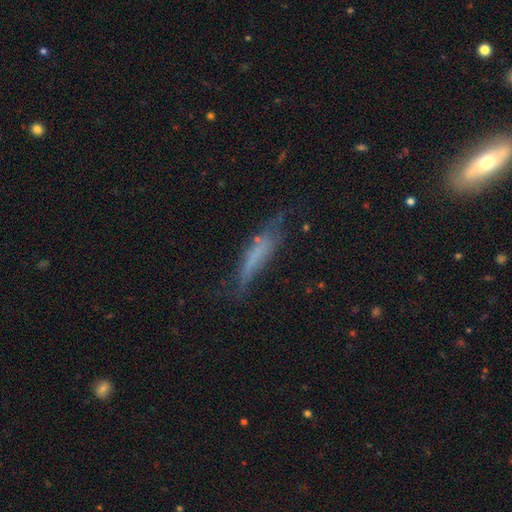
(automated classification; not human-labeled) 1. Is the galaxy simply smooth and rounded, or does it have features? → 50% smooth, 37% featured or disk, 12% star or artifact.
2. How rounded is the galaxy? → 78% cigar-shaped, 20% in between, 2% round.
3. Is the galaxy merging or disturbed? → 46% none, 30% minor disturbance, 21% major disturbance, 4% merger.